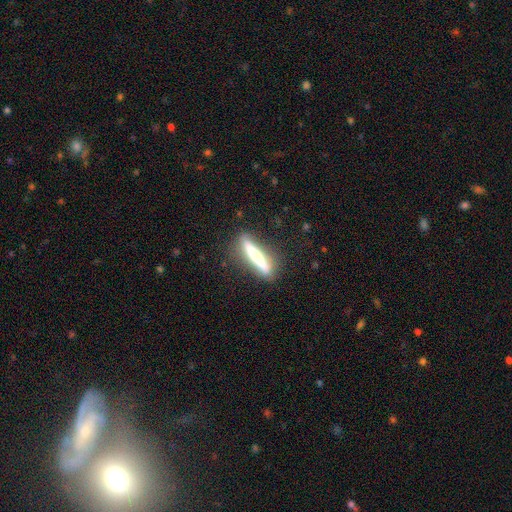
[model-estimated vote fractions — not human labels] This is possibly a smooth galaxy (52%). How rounded: clearly cigar-shaped (92%). Merging: clearly none (85%).